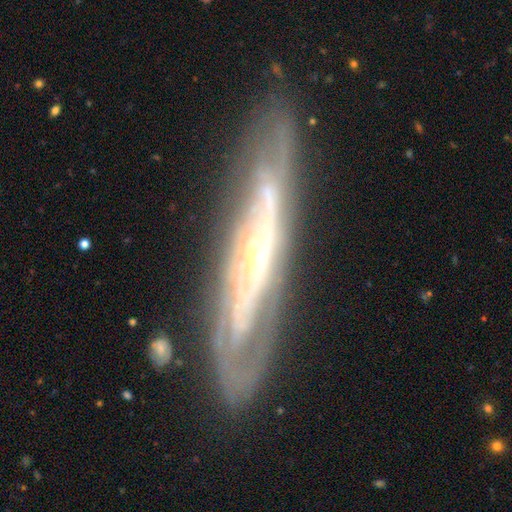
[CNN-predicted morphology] type=featured or disk (82%); edge-on=no (56%); merging=none (80%).